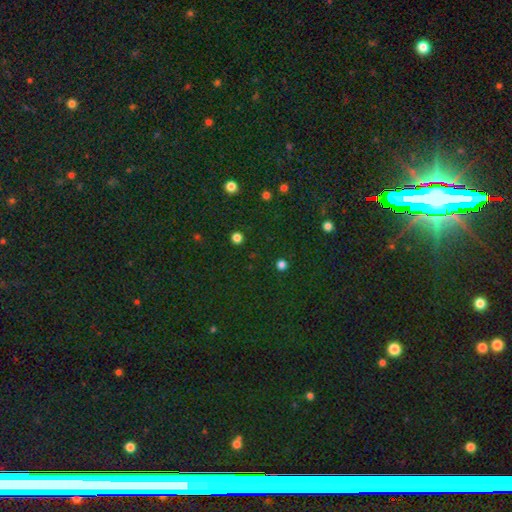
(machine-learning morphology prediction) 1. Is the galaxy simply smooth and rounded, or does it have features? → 78% star or artifact, 14% smooth, 8% featured or disk.